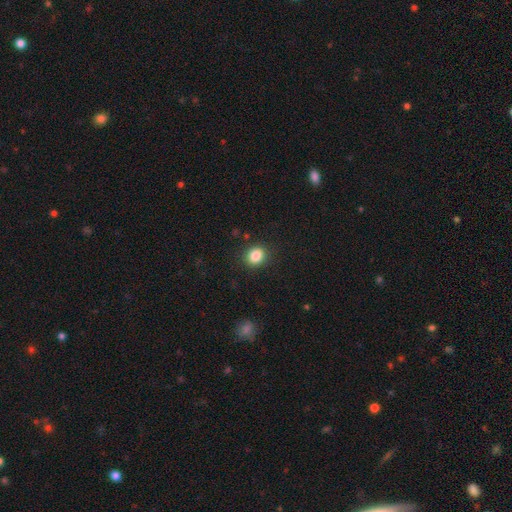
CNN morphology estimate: smooth-or-featured: smooth: 86% | star or artifact: 10% | featured or disk: 4%
  how-rounded: round: 59% | in between: 40% | cigar-shaped: 1%
  merging: none: 87% | minor disturbance: 9% | major disturbance: 3% | merger: 1%